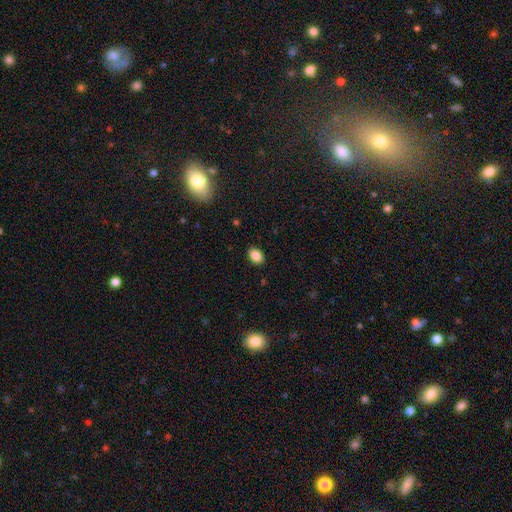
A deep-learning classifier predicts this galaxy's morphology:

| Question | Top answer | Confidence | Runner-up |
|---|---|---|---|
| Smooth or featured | smooth | 87% | star or artifact (9%) |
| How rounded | in between | 80% | round (19%) |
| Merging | none | 89% | minor disturbance (8%) |